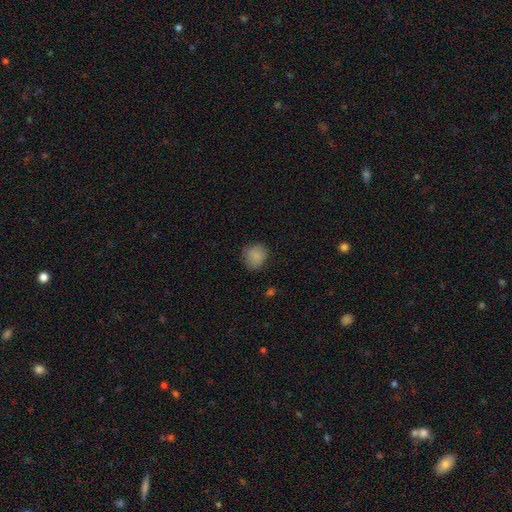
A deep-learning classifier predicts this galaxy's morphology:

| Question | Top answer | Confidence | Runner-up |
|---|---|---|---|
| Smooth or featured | smooth | 85% | star or artifact (10%) |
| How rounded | round | 81% | in between (18%) |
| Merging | none | 80% | minor disturbance (15%) |